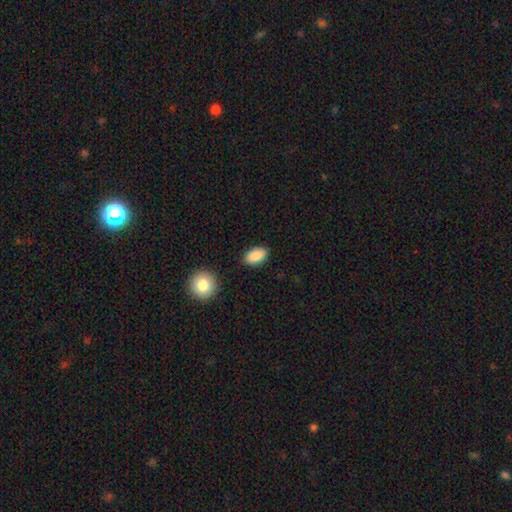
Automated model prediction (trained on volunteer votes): This is clearly a smooth galaxy (88%). How rounded: clearly in between (92%). Merging: clearly none (86%).